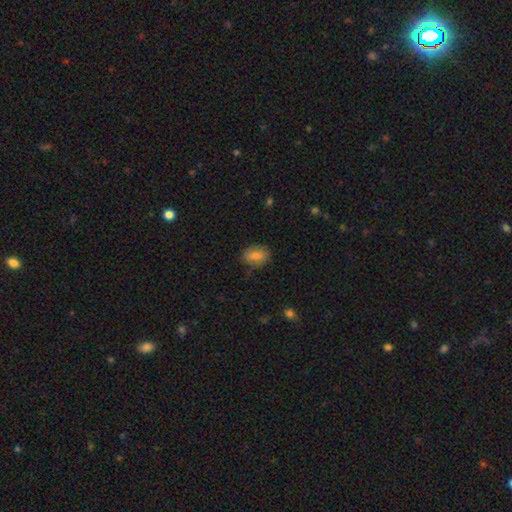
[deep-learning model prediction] Smooth or featured: smooth — 80% (featured or disk — 11%)
How rounded: in between — 82% (round — 16%)
Merging: none — 80% (minor disturbance — 16%)